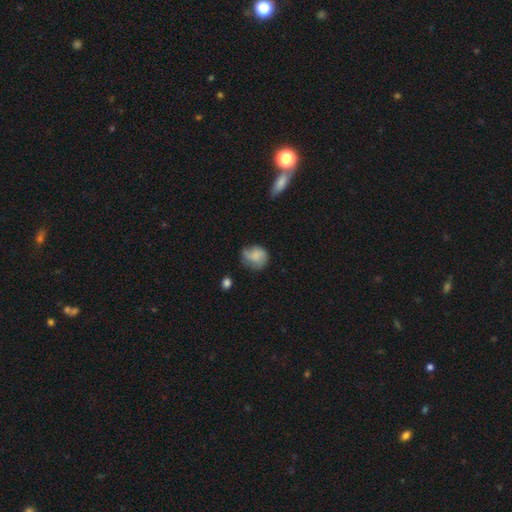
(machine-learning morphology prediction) Smooth or featured? smooth (66%)
How rounded? round (68%)
Merging? none (47%)